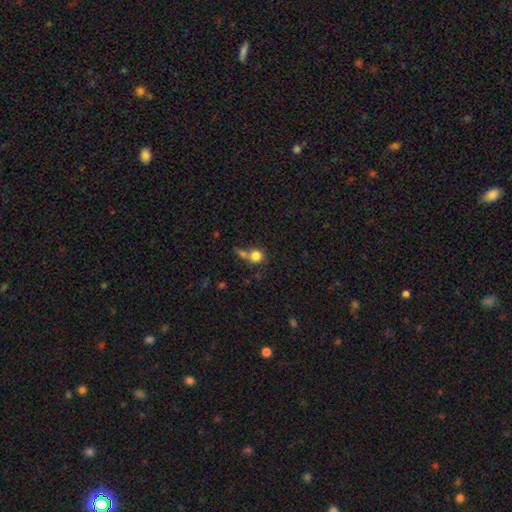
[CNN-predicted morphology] smooth 81%, star or artifact 10%, featured or disk 9%. Down the decision tree: how rounded — round (86%); merging — none (43%).